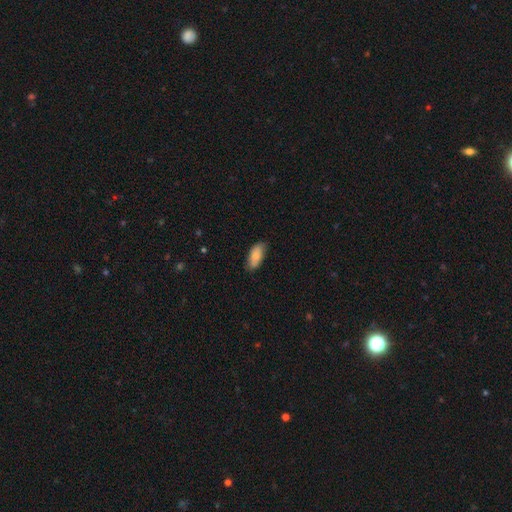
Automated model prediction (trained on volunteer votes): Smooth or featured: smooth — 78% (featured or disk — 15%)
How rounded: in between — 87% (cigar-shaped — 10%)
Merging: none — 76% (minor disturbance — 19%)